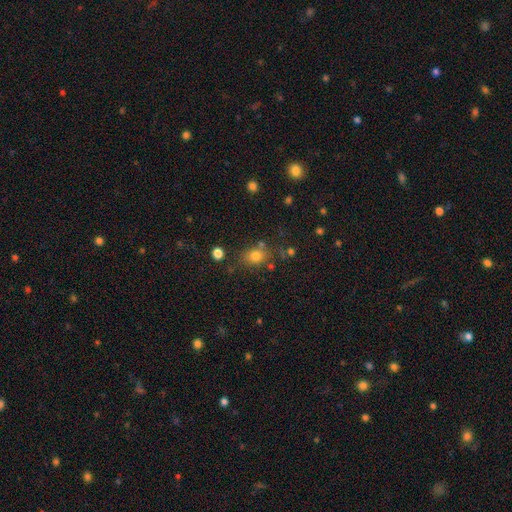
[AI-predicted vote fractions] Smooth or featured? Predicted: smooth (p=0.76). How rounded? Predicted: in between (p=0.53). Merging? Predicted: none (p=0.69).